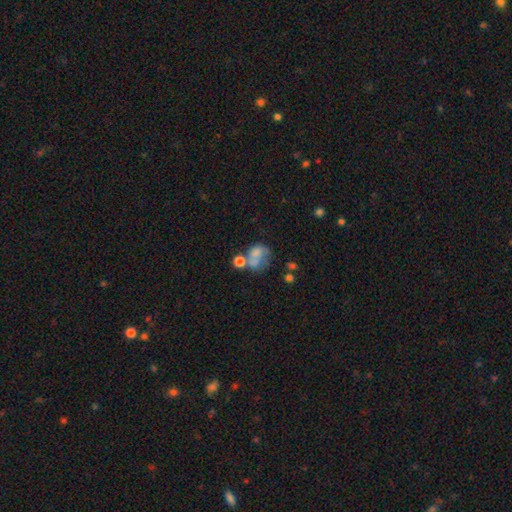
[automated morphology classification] Q: Smooth or featured?
A: smooth (56%); runner-up: featured or disk (31%)
Q: How rounded?
A: in between (52%); runner-up: round (47%)
Q: Merging?
A: merger (36%); runner-up: major disturbance (24%)